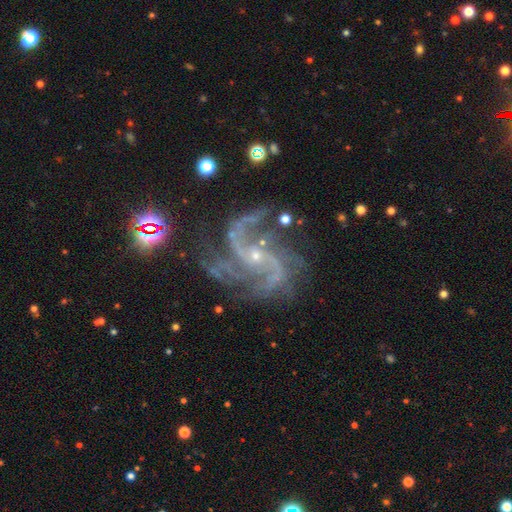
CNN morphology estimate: Smooth or featured?
  - featured or disk: 90% *
  - star or artifact: 7%
  - smooth: 2%
Edge-on disk?
  - no: 98% *
  - yes: 2%
Bar?
  - no: 54% *
  - weak: 32%
  - strong: 14%
Spiral arms?
  - yes: 98% *
  - no: 2%
Spiral winding?
  - medium: 54% *
  - loose: 29%
  - tight: 17%
Spiral arm count?
  - 2: 32% *
  - 3: 26%
  - 4: 14%
  - can't tell: 11%
  - more than 4: 8%
  - 1: 8%
Bulge size?
  - small: 83% *
  - moderate: 12%
  - none: 3%
  - large: 1%
  - dominant: 1%
Merging?
  - none: 64% *
  - minor disturbance: 19%
  - major disturbance: 14%
  - merger: 3%